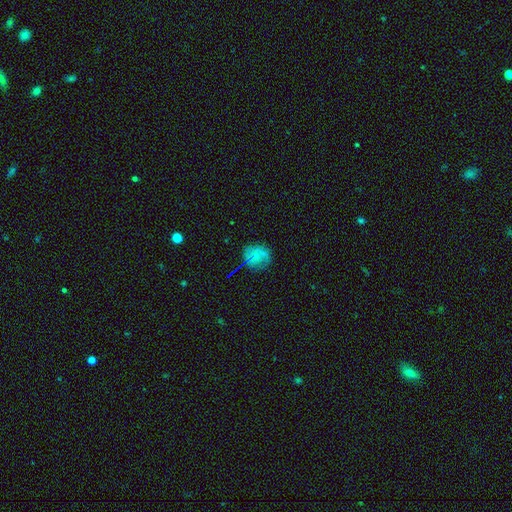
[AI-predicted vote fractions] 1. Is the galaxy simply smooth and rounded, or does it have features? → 53% smooth, 25% featured or disk, 22% star or artifact.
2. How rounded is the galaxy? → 78% round, 20% in between, 1% cigar-shaped.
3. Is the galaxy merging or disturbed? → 69% none, 19% minor disturbance, 8% major disturbance, 4% merger.